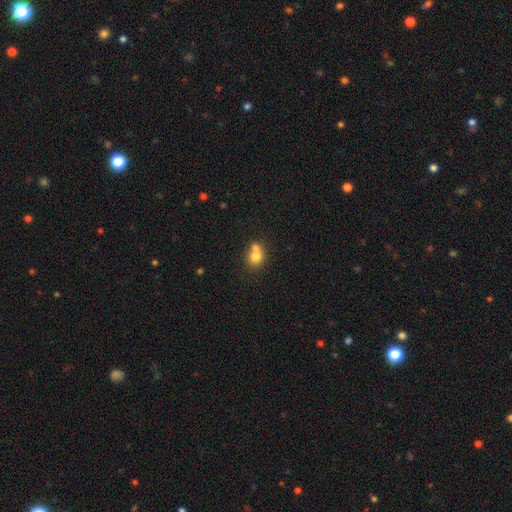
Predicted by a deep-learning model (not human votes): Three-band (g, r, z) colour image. It shows a smooth galaxy with no disk features (74%) that is round (69%). Merging: merger (53%).